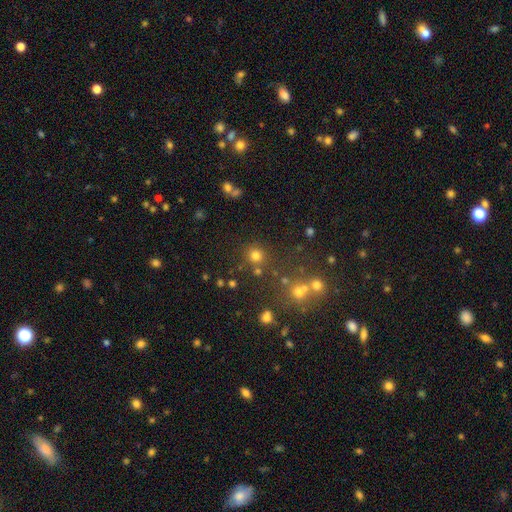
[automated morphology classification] This is likely a smooth galaxy (75%). How rounded: clearly round (92%). Merging: likely none (79%).